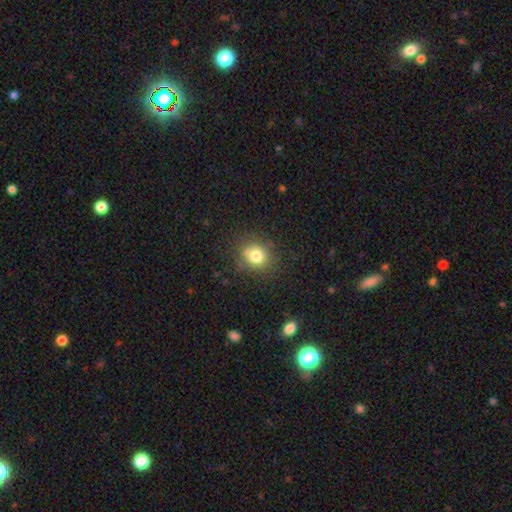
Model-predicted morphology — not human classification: A smooth galaxy with no disk features (78%) that is round (76%). Merging: none (79%).